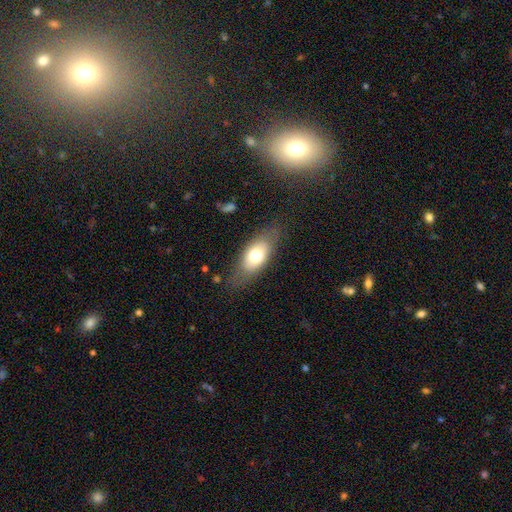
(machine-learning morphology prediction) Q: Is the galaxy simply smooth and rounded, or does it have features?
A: smooth — 68%.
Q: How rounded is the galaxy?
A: in between — 84%.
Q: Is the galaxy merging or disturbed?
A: none — 73%.